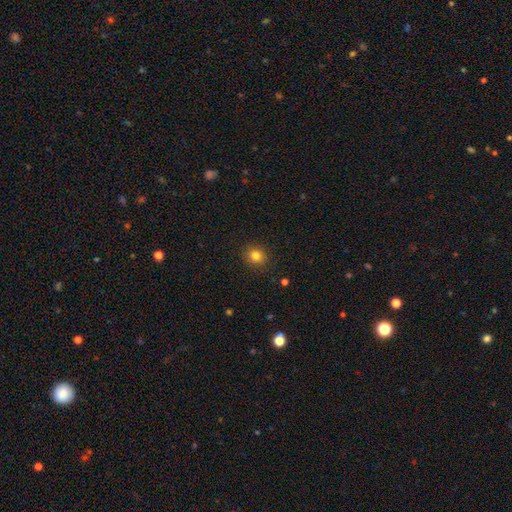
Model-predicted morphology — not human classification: Smooth or featured? smooth (82%)
How rounded? round (82%)
Merging? none (90%)